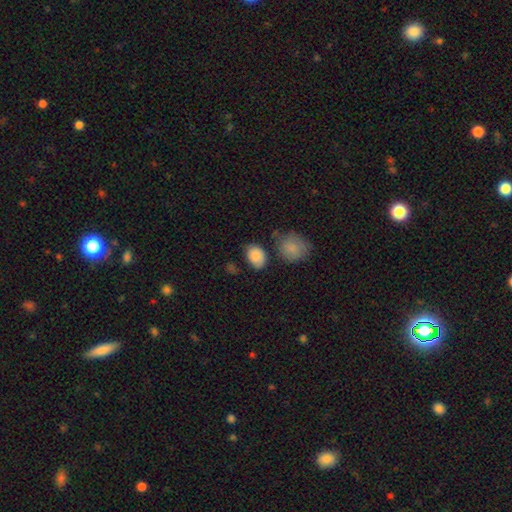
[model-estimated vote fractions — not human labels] Smooth or featured? Predicted: smooth (p=0.85). How rounded? Predicted: in between (p=0.74). Merging? Predicted: none (p=0.69).